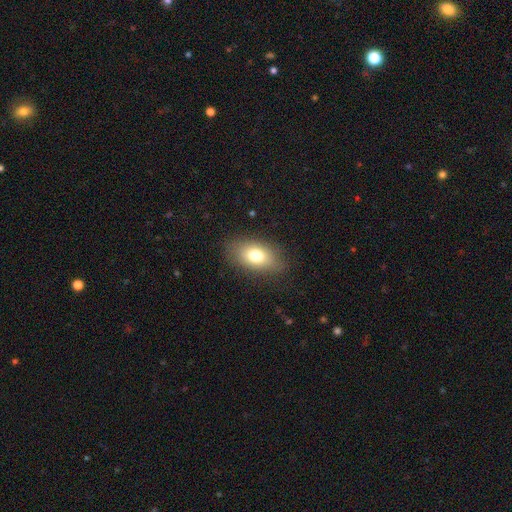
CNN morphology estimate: Smooth or featured?
  - smooth: 75% *
  - featured or disk: 16%
  - star or artifact: 9%
How rounded?
  - in between: 87% *
  - round: 10%
  - cigar-shaped: 3%
Merging?
  - none: 83% *
  - minor disturbance: 12%
  - major disturbance: 4%
  - merger: 1%